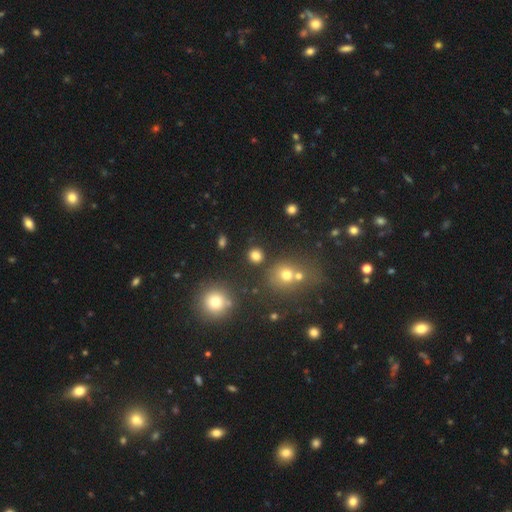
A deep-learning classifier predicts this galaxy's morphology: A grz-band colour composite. It shows a smooth galaxy with no disk features (78%) that is round (87%). Merging: none (84%).